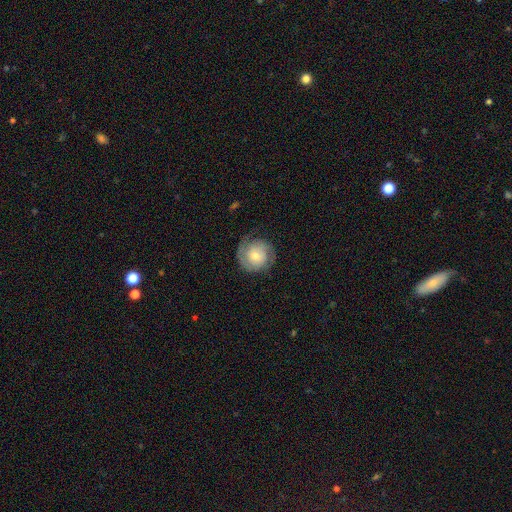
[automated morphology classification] type=featured or disk (63%); edge-on=no (98%); bar=no (73%); spiral arms=yes (89%); winding=tight (57%); arm count=2 (62%); bulge=moderate (50%); merging=none (72%).